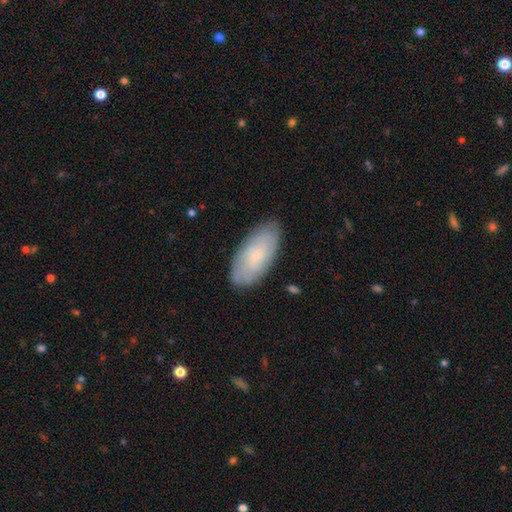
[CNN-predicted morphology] smooth_or_featured: smooth (p=0.65) [alt: featured or disk p=0.28]
how_rounded: in between (p=0.91) [alt: cigar-shaped p=0.07]
merging: none (p=0.82) [alt: minor disturbance p=0.14]